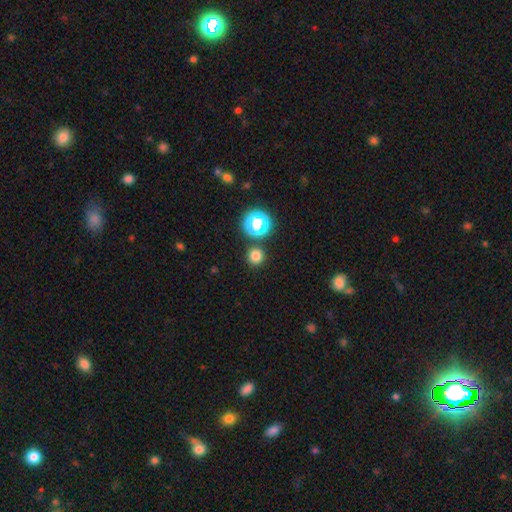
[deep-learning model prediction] Smooth or featured? Predicted: smooth (p=0.75). How rounded? Predicted: round (p=0.94). Merging? Predicted: none (p=0.87).